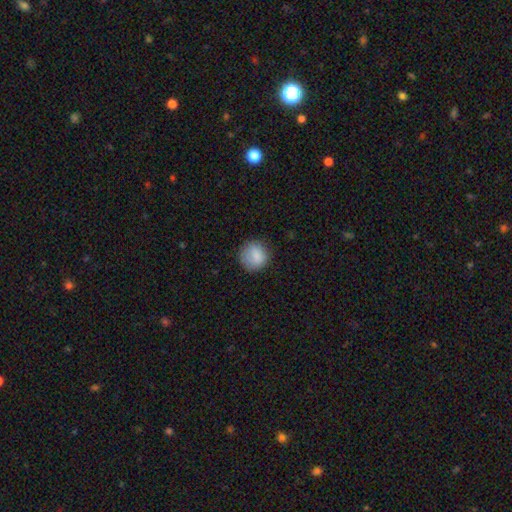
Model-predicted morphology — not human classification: A smooth galaxy with no disk features (84%) that is round (88%). Merging: none (79%).